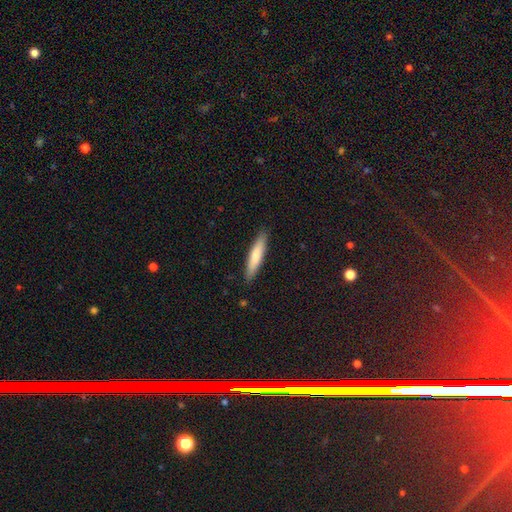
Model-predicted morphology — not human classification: Smooth or featured? smooth (75%)
How rounded? cigar-shaped (86%)
Merging? none (89%)